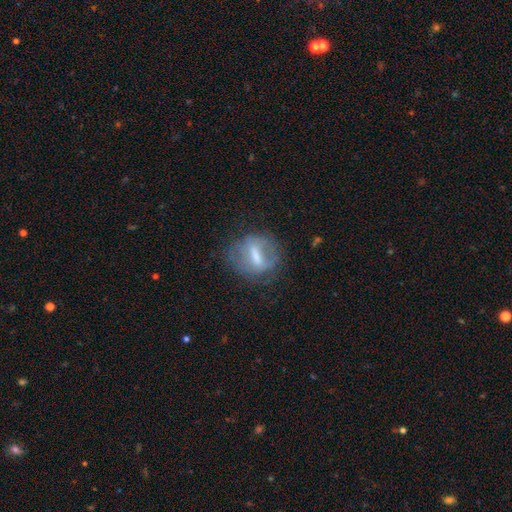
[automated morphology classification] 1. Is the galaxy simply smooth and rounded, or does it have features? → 51% featured or disk, 39% smooth, 10% star or artifact.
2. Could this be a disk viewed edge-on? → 89% no, 11% yes.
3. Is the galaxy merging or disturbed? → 62% none, 21% minor disturbance, 15% major disturbance, 2% merger.